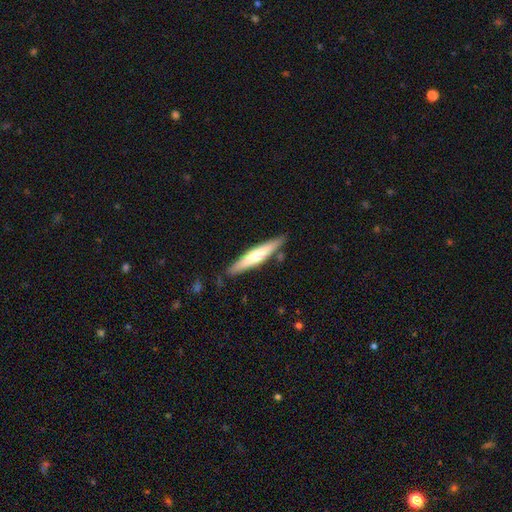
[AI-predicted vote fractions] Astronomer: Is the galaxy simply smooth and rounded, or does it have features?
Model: featured or disk — 49% (runner-up: smooth, 46%).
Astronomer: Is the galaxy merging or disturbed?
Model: none — 85%.